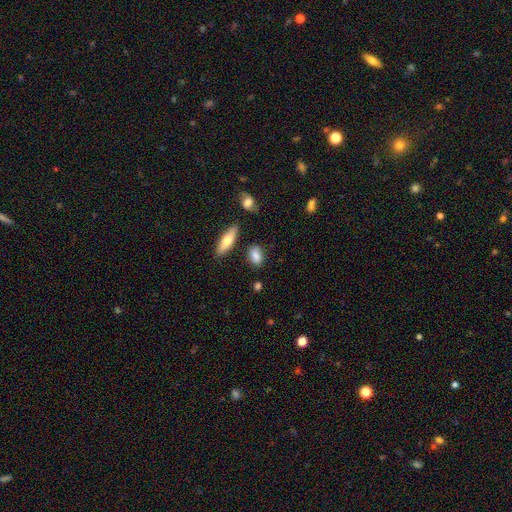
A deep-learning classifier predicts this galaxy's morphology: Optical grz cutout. It shows a smooth galaxy with no disk features (81%) that is in between round and cigar-shaped (76%). Merging: none (79%).